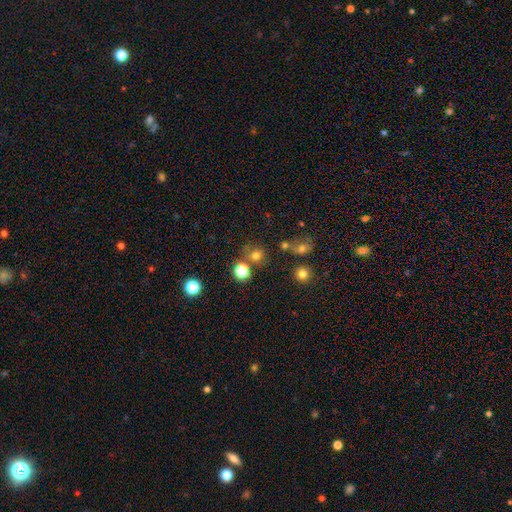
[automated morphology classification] A smooth galaxy with no disk features (69%) that is round (83%).

Vote fractions:
- Smooth or featured? smooth: 69% / star or artifact: 22% / featured or disk: 9%
- How rounded? round: 83% / in between: 16% / cigar-shaped: 1%
- Merging? none: 68% / merger: 14% / minor disturbance: 12% / major disturbance: 6%